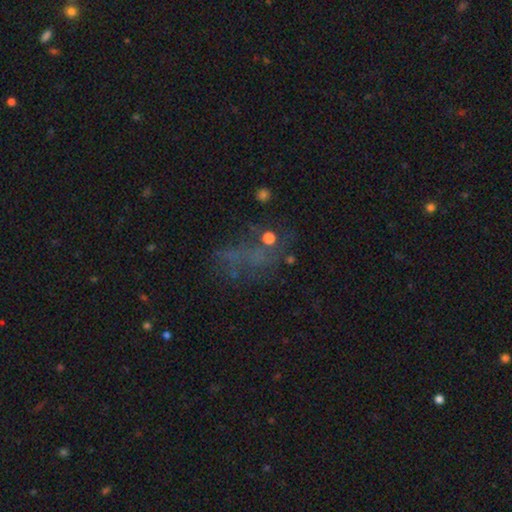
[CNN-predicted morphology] smooth-or-featured: star or artifact: 36% | featured or disk: 33% | smooth: 31%